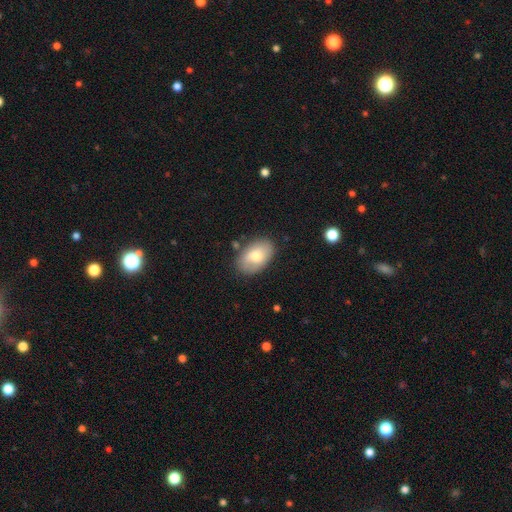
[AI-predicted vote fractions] smooth-or-featured: smooth: 71% | featured or disk: 22% | star or artifact: 6%
  how-rounded: in between: 91% | round: 8% | cigar-shaped: 1%
  merging: none: 80% | minor disturbance: 14% | major disturbance: 3% | merger: 2%